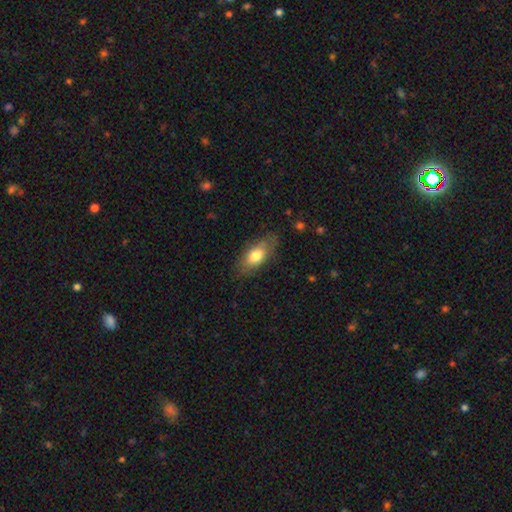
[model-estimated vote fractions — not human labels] A smooth galaxy with no disk features (74%) that is in between round and cigar-shaped (85%).

Vote fractions:
- Smooth or featured? smooth: 74% / featured or disk: 20% / star or artifact: 7%
- How rounded? in between: 85% / cigar-shaped: 10% / round: 5%
- Merging? none: 72% / minor disturbance: 20% / major disturbance: 6% / merger: 1%